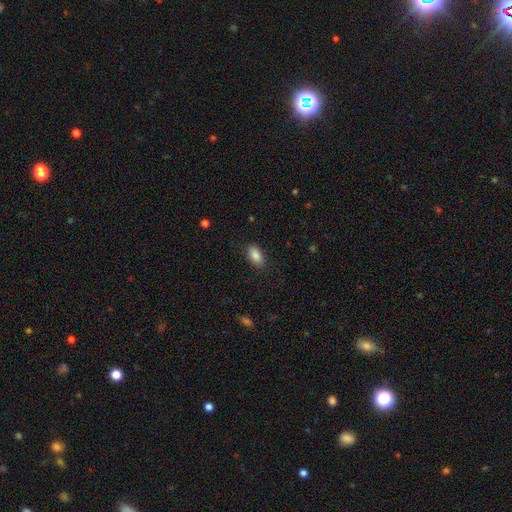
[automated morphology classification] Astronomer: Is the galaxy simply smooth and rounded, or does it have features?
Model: smooth — 87%.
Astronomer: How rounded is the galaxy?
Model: in between — 91%.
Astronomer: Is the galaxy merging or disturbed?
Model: none — 85%.